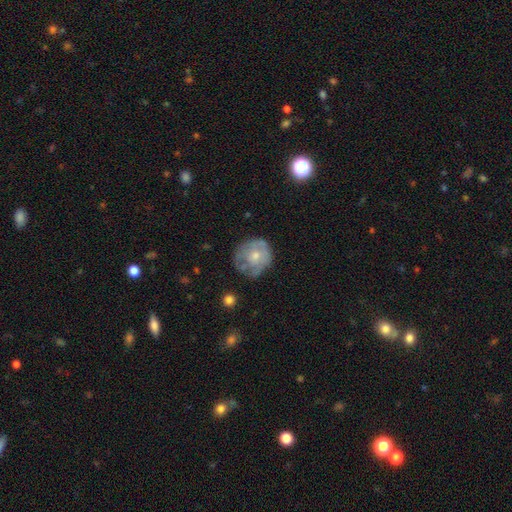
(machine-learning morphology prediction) type=featured or disk (47%); merging=none (56%).